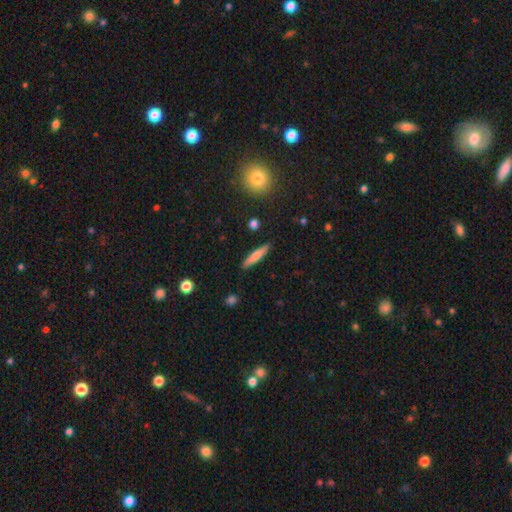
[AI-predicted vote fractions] This appears to be a smooth galaxy with no disk features (72%) that is cigar-shaped (89%). Merging: none (89%).